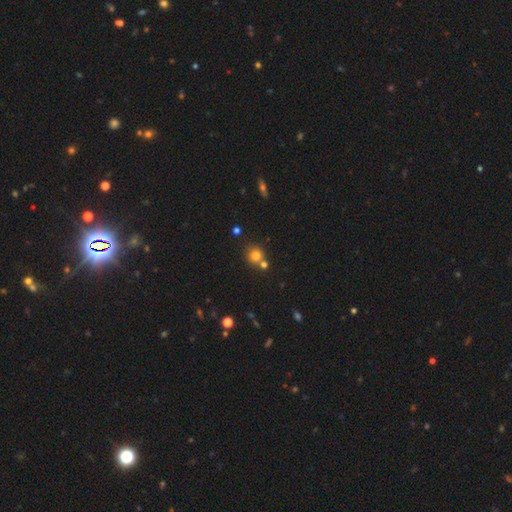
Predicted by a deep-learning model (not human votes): This is likely a smooth galaxy (77%). How rounded: clearly round (89%). Merging: likely none (64%).